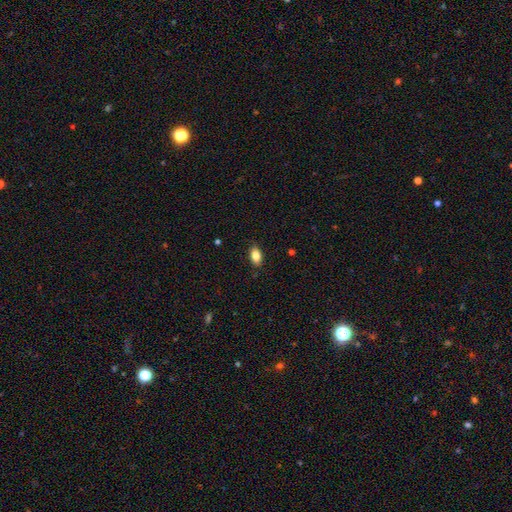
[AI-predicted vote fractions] This appears to be a smooth galaxy with no disk features (84%) that is in between round and cigar-shaped (90%). Merging: none (86%).